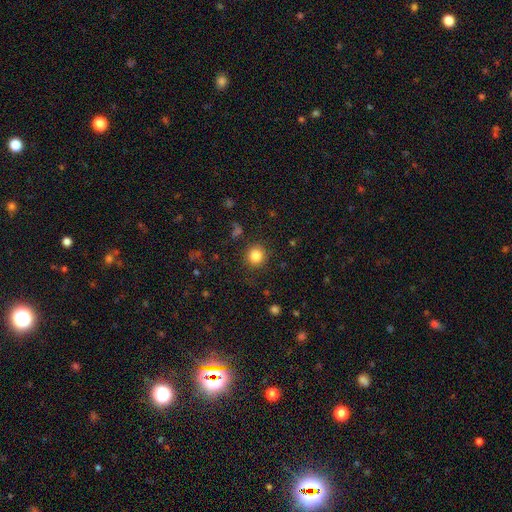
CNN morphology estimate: Smooth or featured: smooth — 84% (star or artifact — 11%)
How rounded: round — 90% (in between — 9%)
Merging: none — 88% (minor disturbance — 7%)